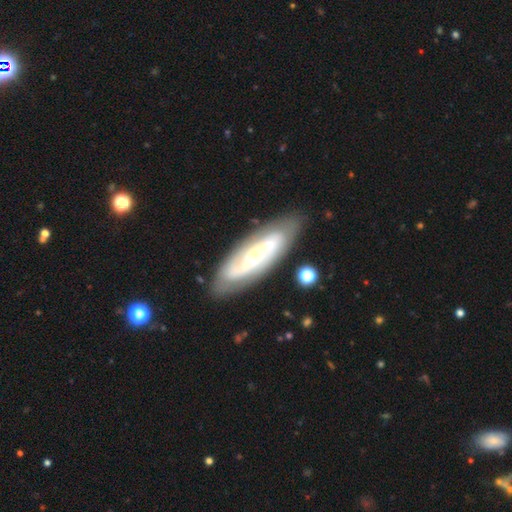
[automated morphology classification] featured or disk 79%, smooth 16%, star or artifact 5%. Down the decision tree: edge-on disk — no (88%); bar — no (44%); spiral arms — yes (90%); spiral arm count — 2 (78%); spiral winding — medium (43%); bulge size — small (47%); merging — none (83%).